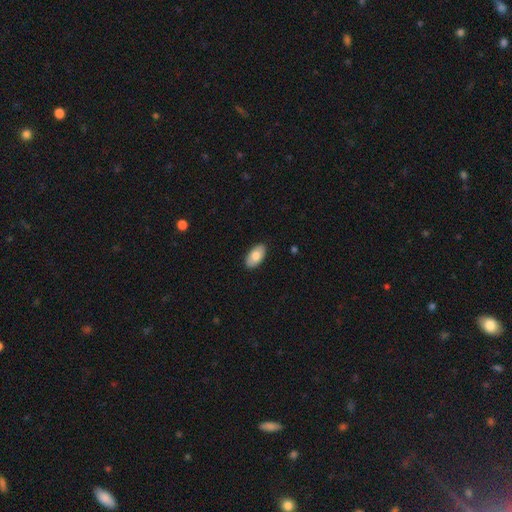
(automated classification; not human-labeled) Morphology: type=smooth (81%); roundness=in between (95%); merging=none (88%).